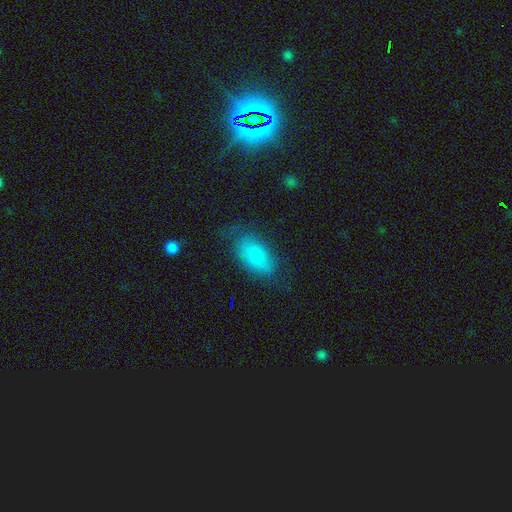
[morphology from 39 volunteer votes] Smooth or featured? 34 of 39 (87%) said smooth. How rounded? 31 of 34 (91%) said in between. Merging? 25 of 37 (68%) said none.